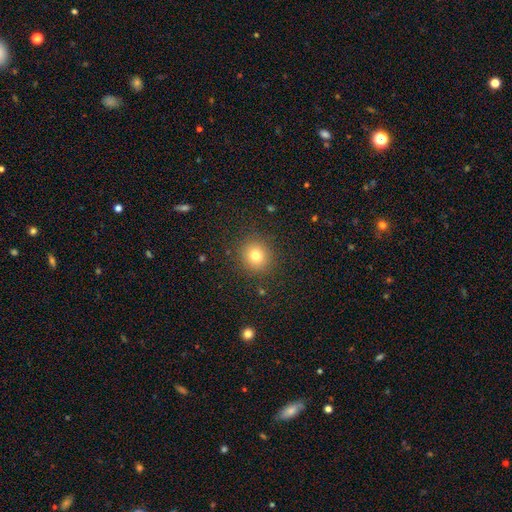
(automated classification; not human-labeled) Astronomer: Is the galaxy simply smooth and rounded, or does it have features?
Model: smooth — 79%.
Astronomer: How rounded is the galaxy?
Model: round — 89%.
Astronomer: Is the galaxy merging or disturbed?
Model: none — 89%.